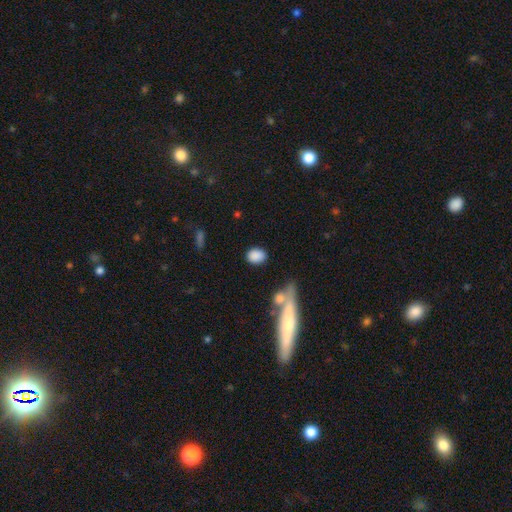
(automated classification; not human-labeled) smooth-or-featured: smooth: 86% | star or artifact: 8% | featured or disk: 6%
  how-rounded: in between: 67% | round: 30% | cigar-shaped: 2%
  merging: none: 77% | minor disturbance: 12% | merger: 6% | major disturbance: 4%